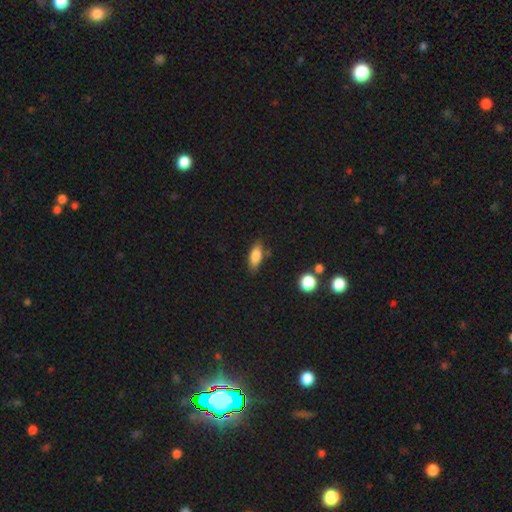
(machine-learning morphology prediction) Smooth or featured? Predicted: smooth (p=0.82). How rounded? Predicted: in between (p=0.77). Merging? Predicted: none (p=0.74).